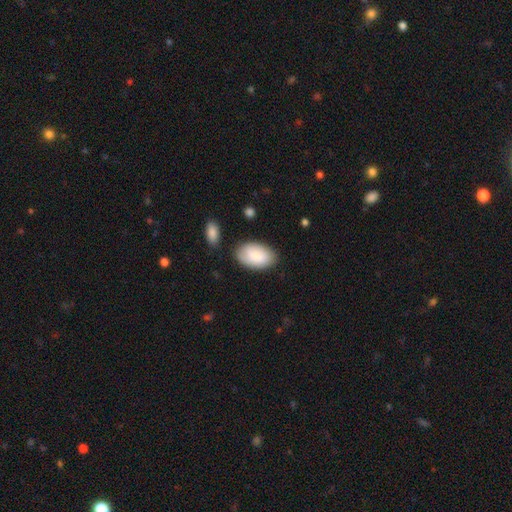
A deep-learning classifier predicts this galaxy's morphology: This appears to be a smooth galaxy with no disk features (85%) that is in between round and cigar-shaped (94%). Merging: none (79%).